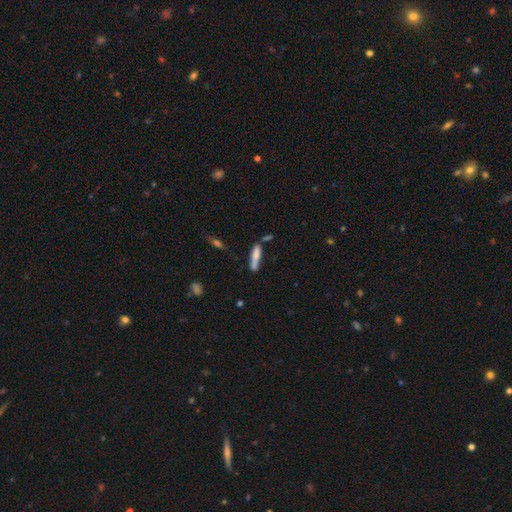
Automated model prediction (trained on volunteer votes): This appears to be a smooth galaxy with no disk features (74%) that is cigar-shaped (80%). Merging: none (62%).